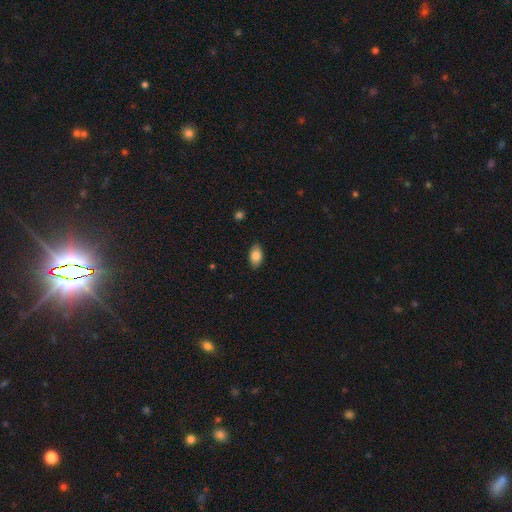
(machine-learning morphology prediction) Smooth or featured? Predicted: smooth (p=0.84). How rounded? Predicted: in between (p=0.92). Merging? Predicted: none (p=0.87).